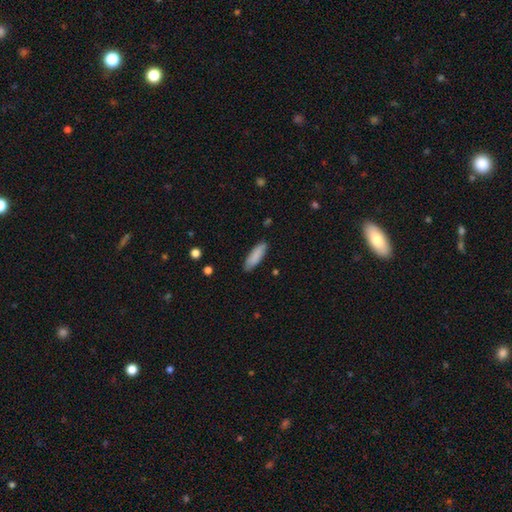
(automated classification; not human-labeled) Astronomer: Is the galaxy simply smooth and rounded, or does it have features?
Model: smooth — 87%.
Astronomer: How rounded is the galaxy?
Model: cigar-shaped — 50% (runner-up: in between, 49%).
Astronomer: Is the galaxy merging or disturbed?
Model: none — 86%.